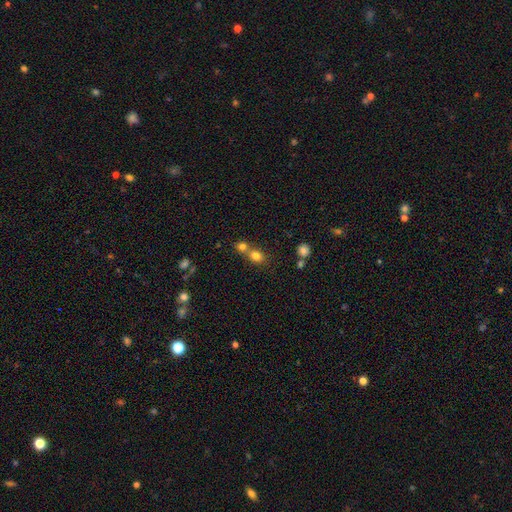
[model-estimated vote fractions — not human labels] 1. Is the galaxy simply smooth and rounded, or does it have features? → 78% smooth, 13% star or artifact, 9% featured or disk.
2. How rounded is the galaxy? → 63% round, 35% in between, 1% cigar-shaped.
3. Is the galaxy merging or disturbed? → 49% merger, 41% none, 7% minor disturbance, 3% major disturbance.